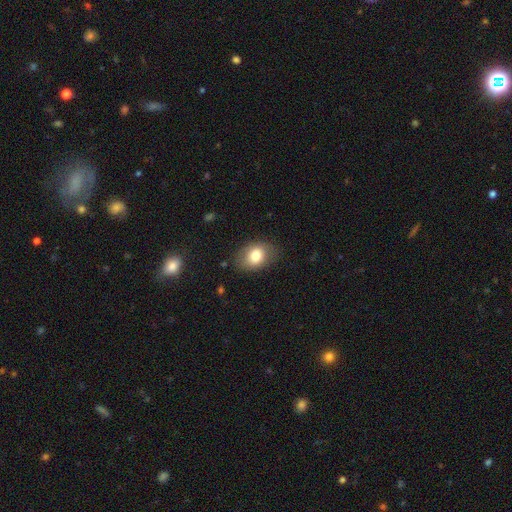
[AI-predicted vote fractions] smooth_or_featured: smooth (p=0.79) [alt: featured or disk p=0.13]
how_rounded: in between (p=0.73) [alt: round p=0.25]
merging: none (p=0.77) [alt: minor disturbance p=0.16]